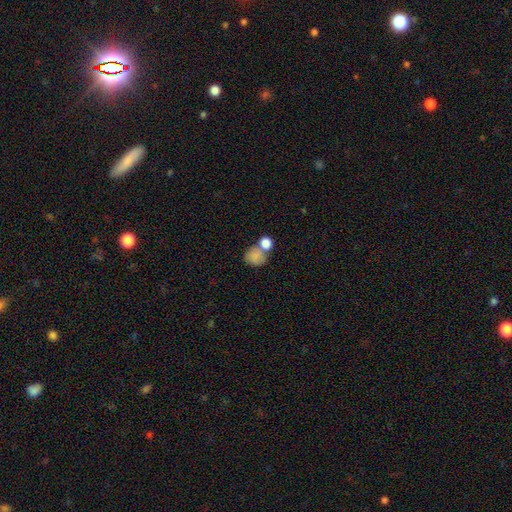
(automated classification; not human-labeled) Overall: smooth (83%). How rounded: round (71%). Merging: none (42%; merger 41%).